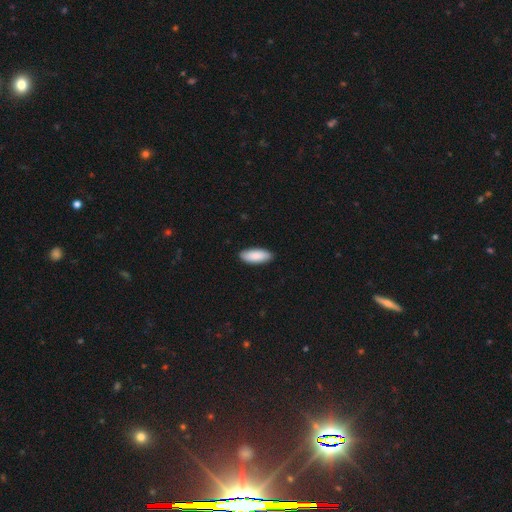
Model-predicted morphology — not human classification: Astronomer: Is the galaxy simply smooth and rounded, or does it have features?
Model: smooth — 89%.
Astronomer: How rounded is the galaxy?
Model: in between — 80%.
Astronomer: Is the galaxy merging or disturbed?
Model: none — 89%.